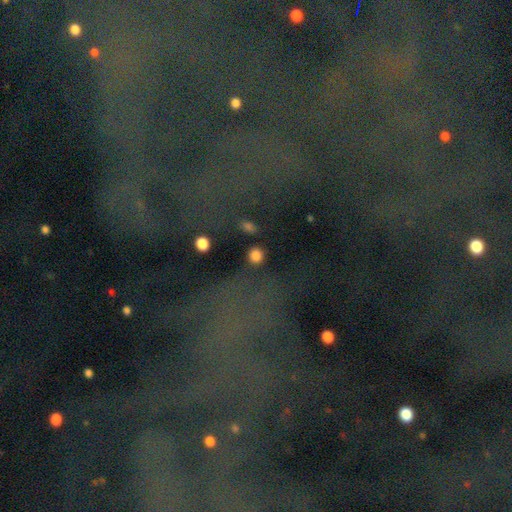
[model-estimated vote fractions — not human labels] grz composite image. It shows a smooth galaxy with no disk features (83%) that is round (88%). Merging: none (83%).